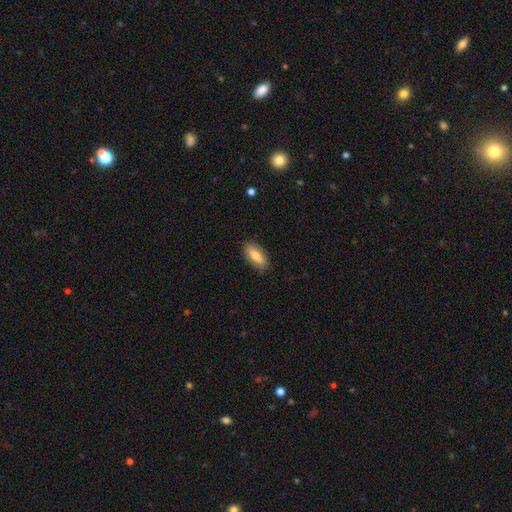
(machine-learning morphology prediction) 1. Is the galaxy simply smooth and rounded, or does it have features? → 75% smooth, 19% featured or disk, 6% star or artifact.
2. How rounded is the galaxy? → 75% in between, 22% cigar-shaped, 3% round.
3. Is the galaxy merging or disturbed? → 86% none, 11% minor disturbance, 2% major disturbance, 1% merger.